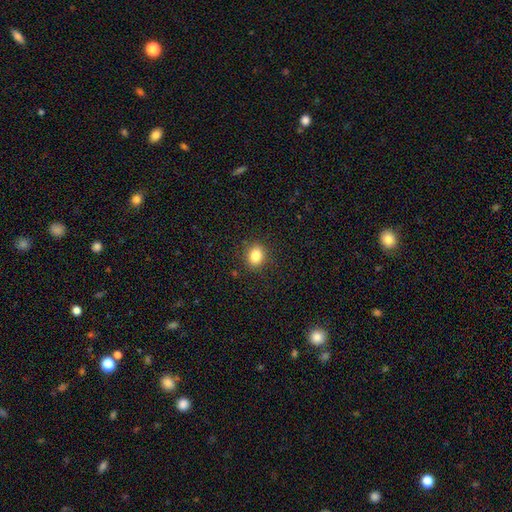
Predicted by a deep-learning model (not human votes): Smooth or featured: smooth — 84% (star or artifact — 10%)
How rounded: round — 56% (in between — 43%)
Merging: none — 88% (minor disturbance — 9%)